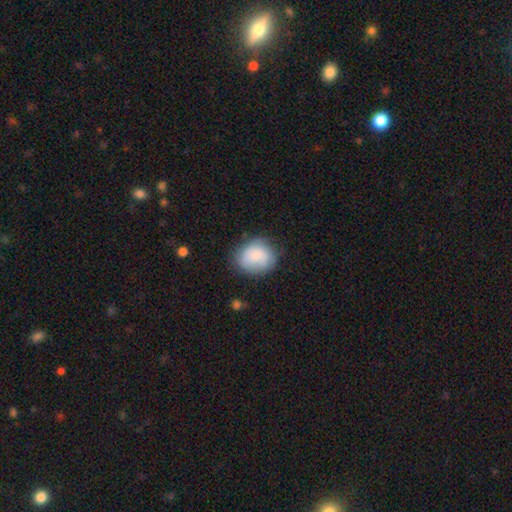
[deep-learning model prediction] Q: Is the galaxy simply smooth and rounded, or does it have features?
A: smooth — 75%.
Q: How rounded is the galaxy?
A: round — 62%.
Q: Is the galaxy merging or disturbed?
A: none — 68%.